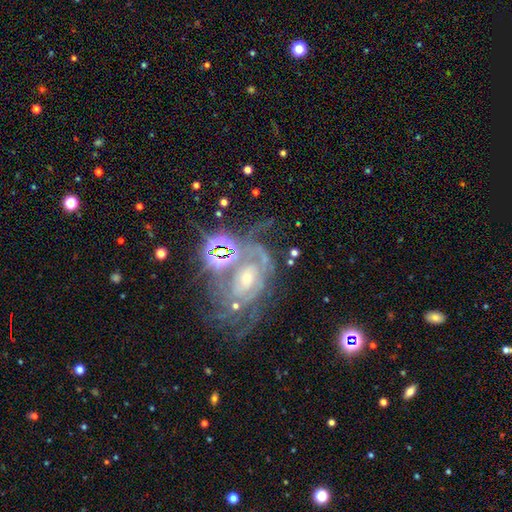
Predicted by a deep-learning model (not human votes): This appears to be a featured or disk galaxy (66%) with no bar (63%), spiral arms (76%) and a small central bulge (57%). Merging: none (42%).